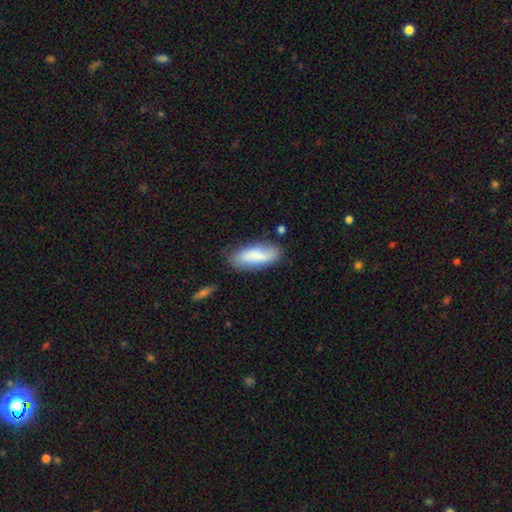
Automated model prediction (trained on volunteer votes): smooth 75%, featured or disk 18%, star or artifact 6%. Down the decision tree: how rounded — in between (73%); merging — none (71%).